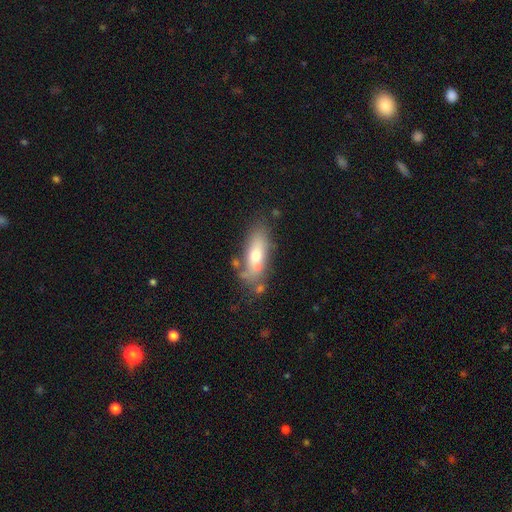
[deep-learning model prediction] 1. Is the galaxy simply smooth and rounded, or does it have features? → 54% smooth, 37% featured or disk, 8% star or artifact.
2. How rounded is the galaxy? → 64% in between, 33% cigar-shaped, 3% round.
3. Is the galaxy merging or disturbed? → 59% none, 22% minor disturbance, 11% merger, 8% major disturbance.